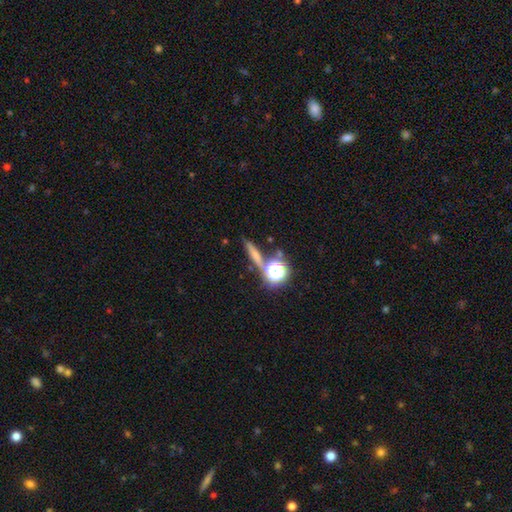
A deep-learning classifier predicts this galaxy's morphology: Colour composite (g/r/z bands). It shows a smooth galaxy with no disk features (55%) that is cigar-shaped (61%). Merging: none (70%).